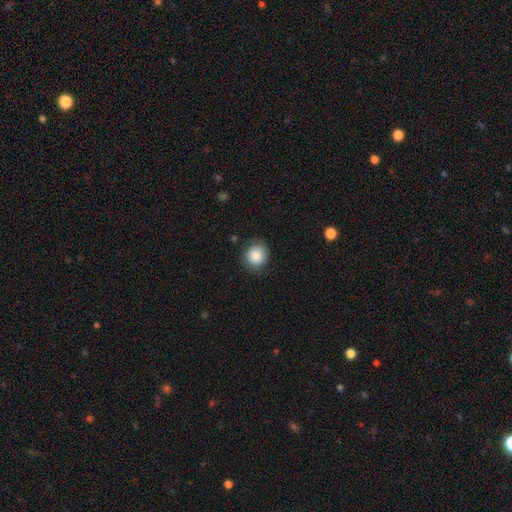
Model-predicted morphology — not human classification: Overall: smooth (86%). How rounded: round (86%). Merging: none (81%).